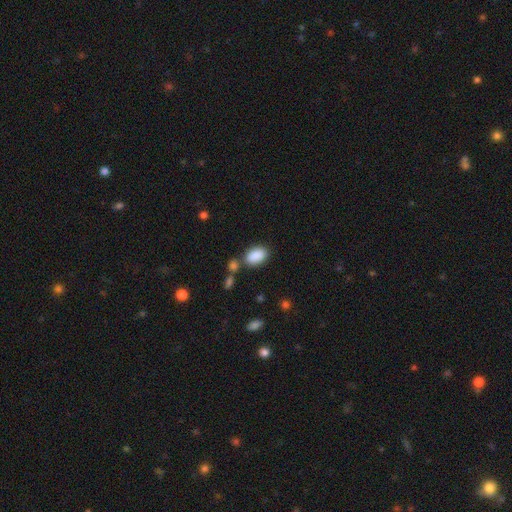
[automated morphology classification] smooth_or_featured: smooth (p=0.89) [alt: star or artifact p=0.07]
how_rounded: in between (p=0.91) [alt: round p=0.08]
merging: none (p=0.69) [alt: minor disturbance p=0.13]